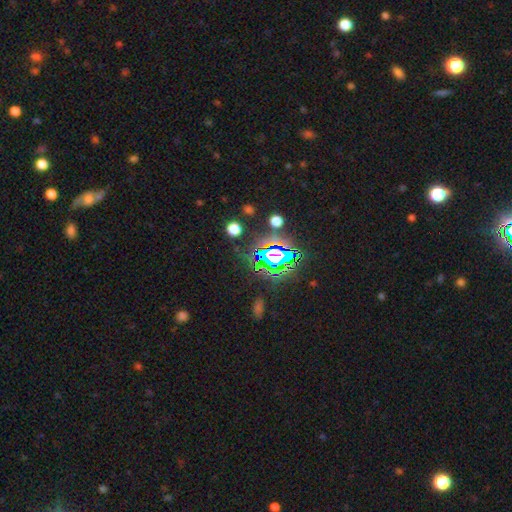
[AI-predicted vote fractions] This is likely a star or artifact rather than a galaxy (70%).